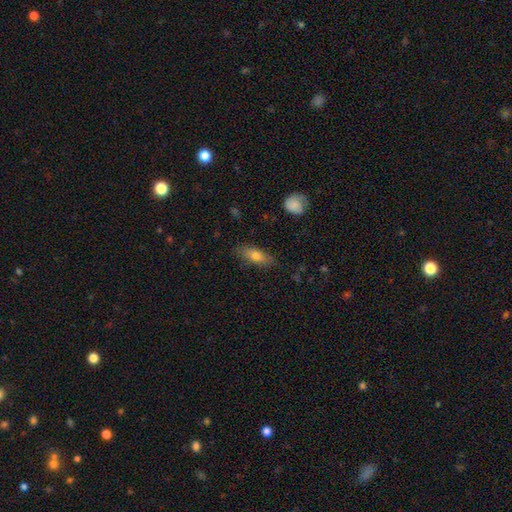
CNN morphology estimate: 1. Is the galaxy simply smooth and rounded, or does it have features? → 73% smooth, 20% featured or disk, 7% star or artifact.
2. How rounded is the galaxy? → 70% in between, 27% cigar-shaped, 4% round.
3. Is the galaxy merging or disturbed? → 82% none, 14% minor disturbance, 3% major disturbance, 1% merger.